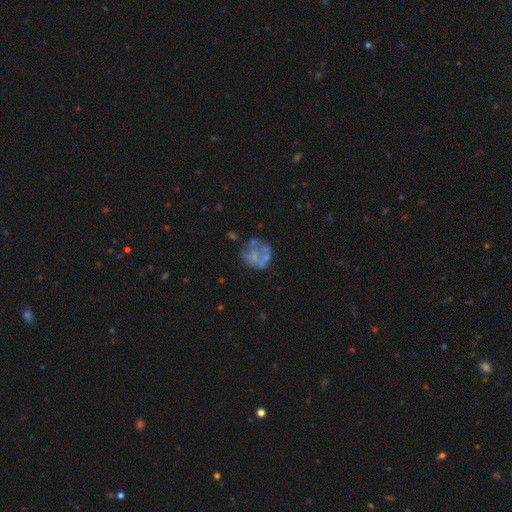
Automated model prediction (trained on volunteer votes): The model was most divided on "smooth or featured": featured or disk: 55%, smooth: 34%, star or artifact: 11%. Remaining: edge-on disk — no (98%); bar — no (93%); spiral arms — no (92%); bulge size — none (74%); merging — none (49%).